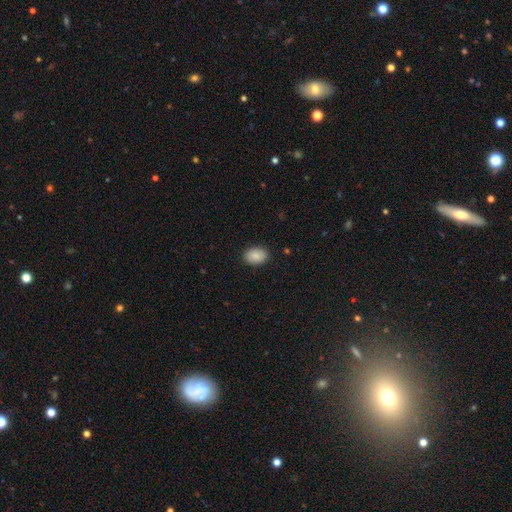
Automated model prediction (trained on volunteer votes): smooth 88%, star or artifact 7%, featured or disk 6%. Down the decision tree: how rounded — in between (80%); merging — none (89%).